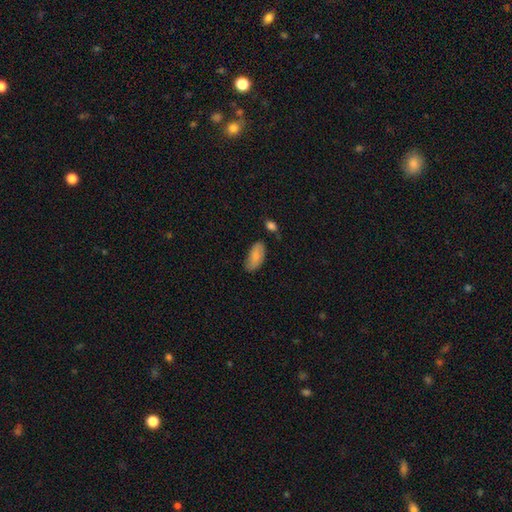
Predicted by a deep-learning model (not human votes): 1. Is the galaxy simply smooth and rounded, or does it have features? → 81% smooth, 13% featured or disk, 6% star or artifact.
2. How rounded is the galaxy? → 91% in between, 7% cigar-shaped, 2% round.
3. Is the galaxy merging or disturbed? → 70% none, 21% minor disturbance, 5% merger, 4% major disturbance.